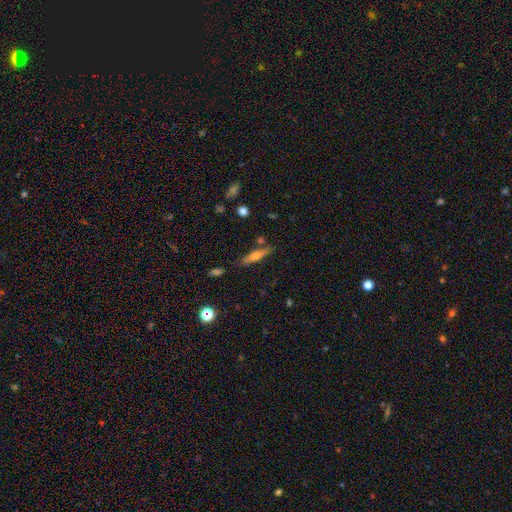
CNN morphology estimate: Smooth or featured: smooth — 46% (tied with featured or disk — 46%)
Merging: none — 78% (minor disturbance — 13%)